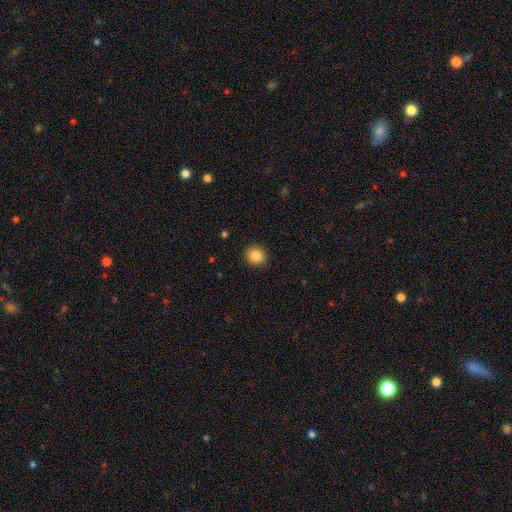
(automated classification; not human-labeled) Smooth or featured: smooth — 84% (star or artifact — 10%)
How rounded: round — 86% (in between — 13%)
Merging: none — 91% (minor disturbance — 6%)